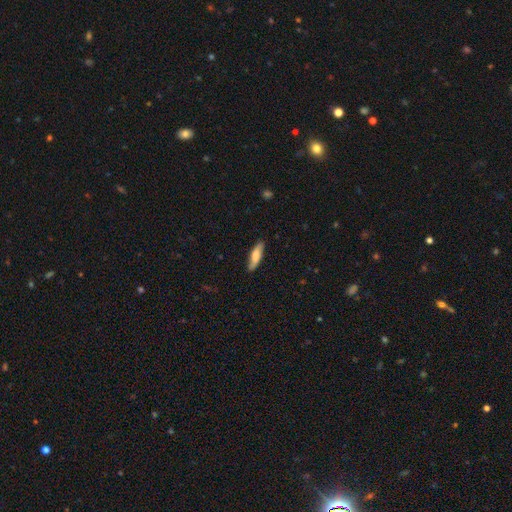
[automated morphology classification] A smooth galaxy with no disk features (69%) that is cigar-shaped (61%).

Vote fractions:
- Smooth or featured? smooth: 69% / featured or disk: 25% / star or artifact: 6%
- How rounded? cigar-shaped: 61% / in between: 37% / round: 2%
- Merging? none: 82% / minor disturbance: 14% / major disturbance: 2% / merger: 1%